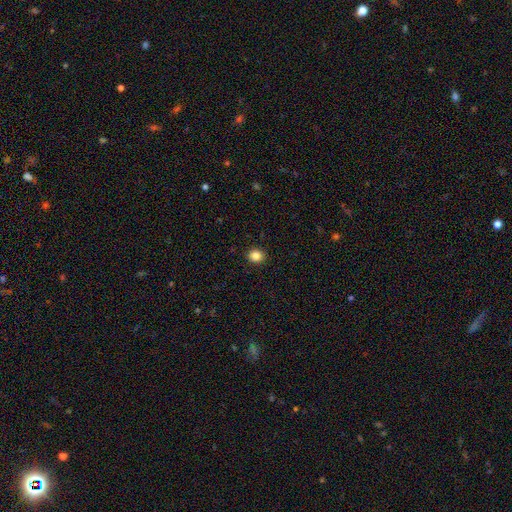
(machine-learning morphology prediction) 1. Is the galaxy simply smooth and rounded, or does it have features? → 86% smooth, 11% star or artifact, 4% featured or disk.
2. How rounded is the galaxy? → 83% round, 16% in between, 1% cigar-shaped.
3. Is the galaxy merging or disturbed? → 92% none, 5% minor disturbance, 2% major disturbance, 1% merger.